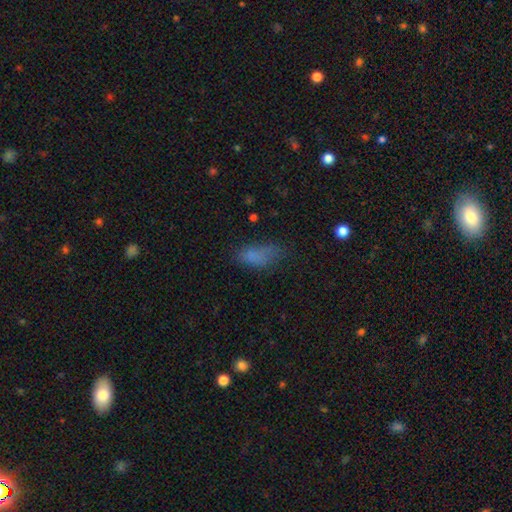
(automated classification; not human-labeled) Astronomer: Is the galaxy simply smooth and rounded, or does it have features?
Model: smooth — 74%.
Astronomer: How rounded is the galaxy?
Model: in between — 83%.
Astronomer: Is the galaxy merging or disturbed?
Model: none — 46% (runner-up: minor disturbance, 30%).